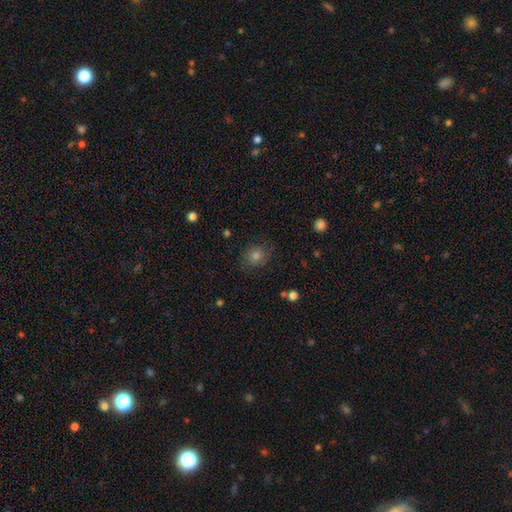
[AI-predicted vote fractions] Smooth or featured?
  - smooth: 66% *
  - star or artifact: 17%
  - featured or disk: 16%
How rounded?
  - round: 75% *
  - in between: 24%
  - cigar-shaped: 1%
Merging?
  - none: 80% *
  - minor disturbance: 14%
  - major disturbance: 5%
  - merger: 1%